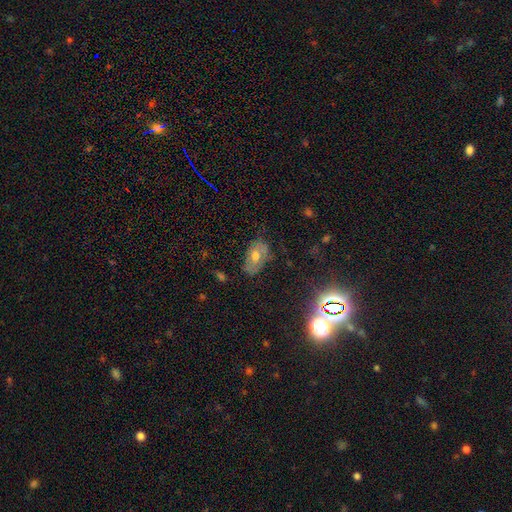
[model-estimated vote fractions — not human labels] The model was most divided on "smooth or featured": smooth: 45%, featured or disk: 36%, star or artifact: 19%. More confident: merging — none (65%).